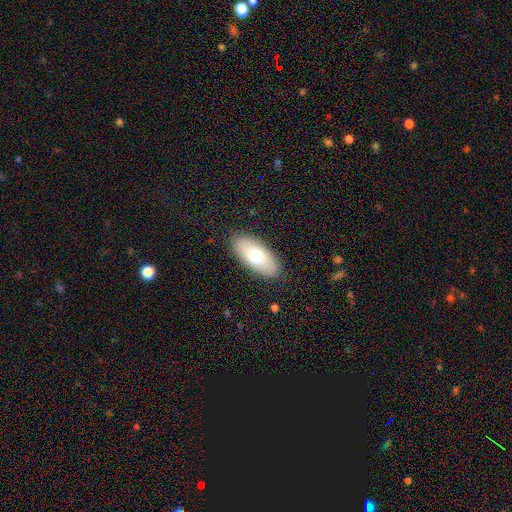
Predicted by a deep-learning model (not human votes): smooth_or_featured: smooth (p=0.70) [alt: featured or disk p=0.23]
how_rounded: in between (p=0.89) [alt: cigar-shaped p=0.08]
merging: none (p=0.87) [alt: minor disturbance p=0.09]